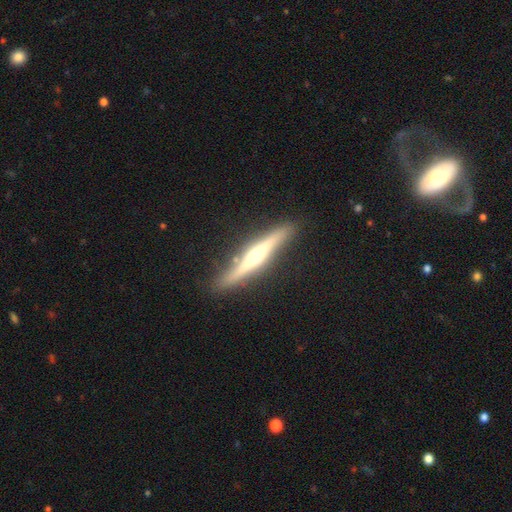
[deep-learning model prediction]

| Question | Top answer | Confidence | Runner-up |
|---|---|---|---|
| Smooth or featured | featured or disk | 70% | smooth (24%) |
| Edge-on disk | yes | 95% | no (5%) |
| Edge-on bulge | rounded | 84% | none (9%) |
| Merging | none | 85% | minor disturbance (11%) |